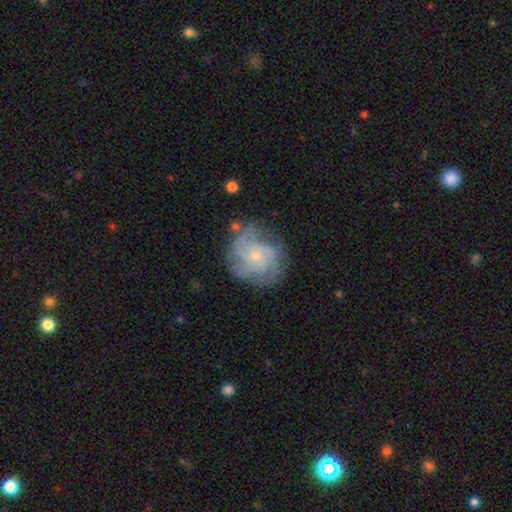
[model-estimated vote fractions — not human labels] This is clearly a featured or disk galaxy (82%). It is clearly not viewed edge-on (98%). Bar: likely no (75%). Spiral arm pattern: clearly yes (95%). Spiral arm count: marginally 3 (35%). Spiral winding: possibly tight (53%). Central bulge: likely small (74%). Merging: likely none (74%).